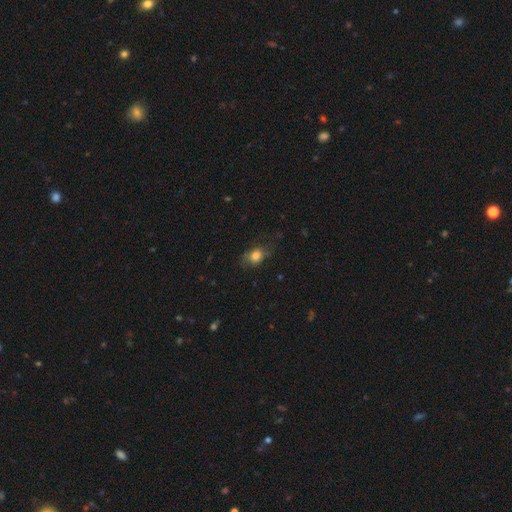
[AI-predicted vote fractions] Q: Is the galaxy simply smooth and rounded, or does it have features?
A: smooth — 78%.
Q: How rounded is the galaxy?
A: in between — 57%.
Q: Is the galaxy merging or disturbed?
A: none — 64%.